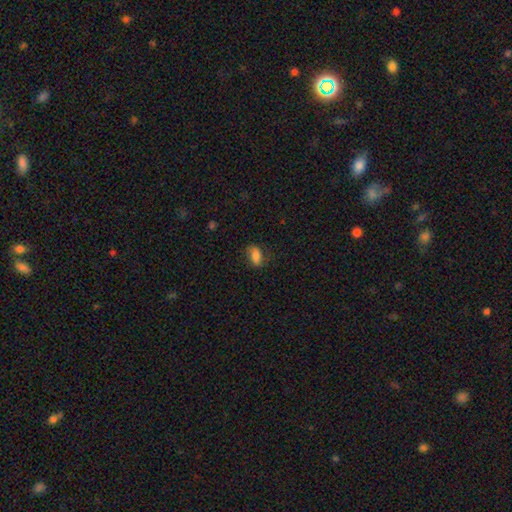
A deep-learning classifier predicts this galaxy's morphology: Overall: smooth (77%). How rounded: in between (88%). Merging: none (68%).